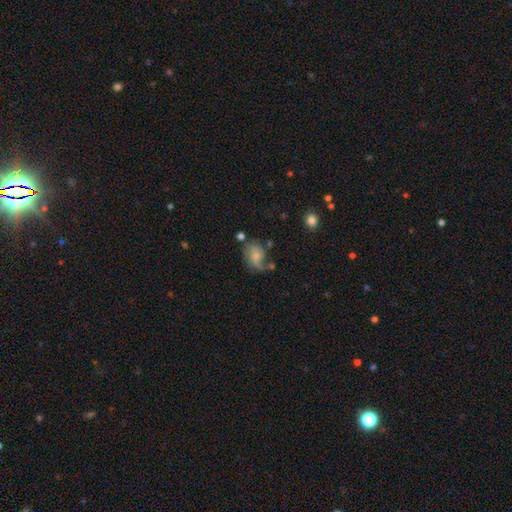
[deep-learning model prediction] Smooth or featured?
  - featured or disk: 47% *
  - smooth: 44%
  - star or artifact: 10%
Merging?
  - none: 37% *
  - major disturbance: 28%
  - minor disturbance: 25%
  - merger: 10%